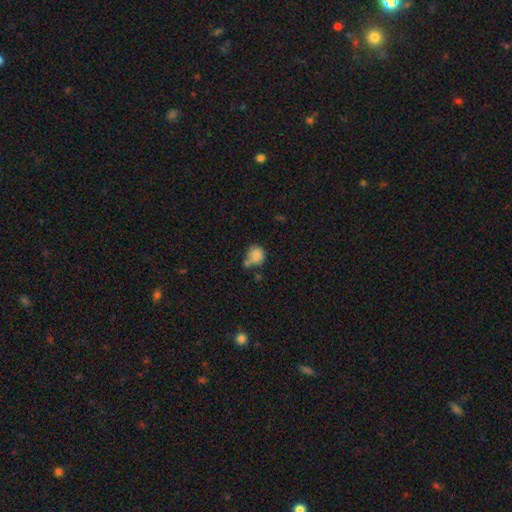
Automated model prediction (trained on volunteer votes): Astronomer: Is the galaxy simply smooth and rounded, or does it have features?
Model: smooth — 80%.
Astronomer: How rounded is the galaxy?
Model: round — 67%.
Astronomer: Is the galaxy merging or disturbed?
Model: none — 41% (runner-up: merger, 25%).